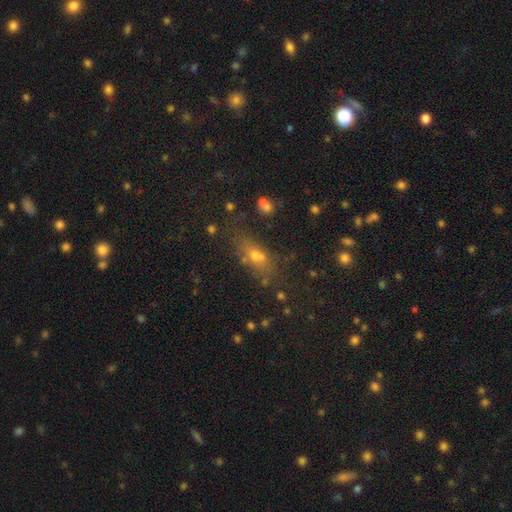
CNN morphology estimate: smooth-or-featured: smooth: 57% | star or artifact: 25% | featured or disk: 18%
  how-rounded: in between: 60% | cigar-shaped: 21% | round: 19%
  merging: none: 60% | minor disturbance: 17% | merger: 13% | major disturbance: 9%